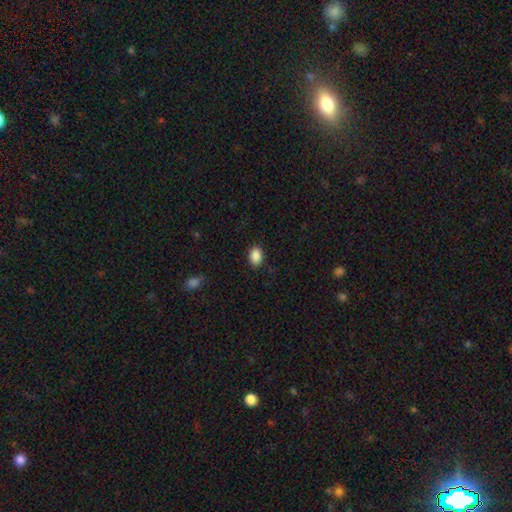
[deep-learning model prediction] A smooth galaxy with no disk features (88%) that is in between round and cigar-shaped (79%). Merging: none (87%).